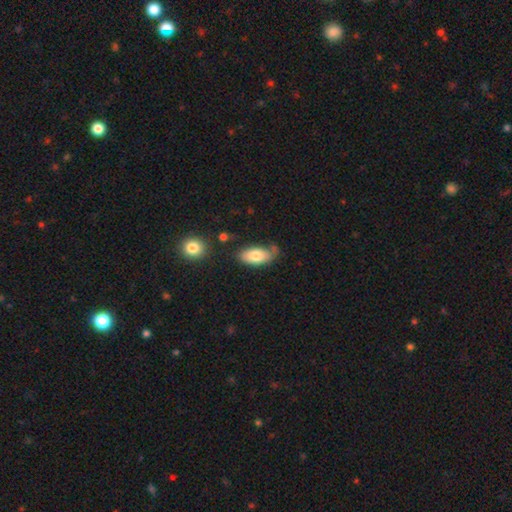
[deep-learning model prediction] The model was most divided on "merging": none: 62%, minor disturbance: 24%, merger: 8%, major disturbance: 6%. More confident: how rounded — in between (92%); smooth or featured — smooth (78%).